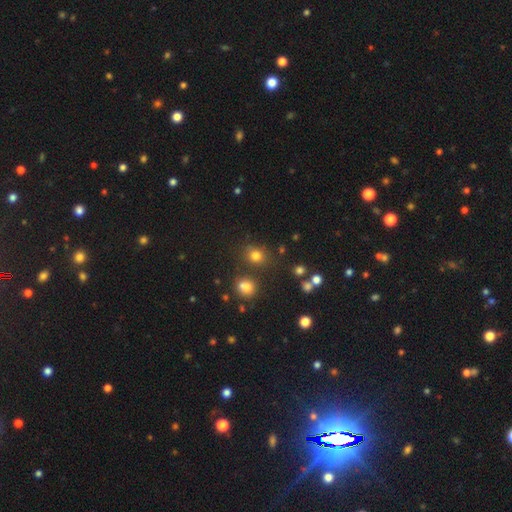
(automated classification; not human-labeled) Overall: smooth (76%). How rounded: round (69%; in between 30%). Merging: none (76%).